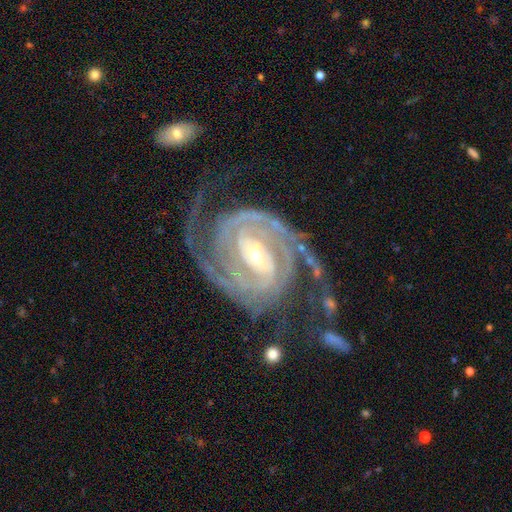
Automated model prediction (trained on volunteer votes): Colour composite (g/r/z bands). It shows a featured or disk galaxy (94%) with a strong bar (40%), 2 (76%) tight (69%) spiral arms (99%) and a small central bulge (68%). Merging: none (66%).